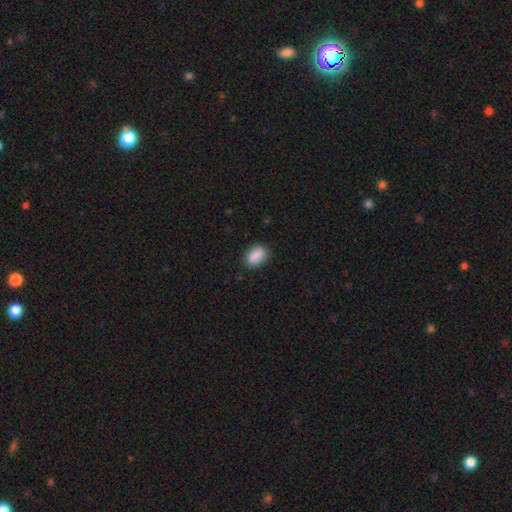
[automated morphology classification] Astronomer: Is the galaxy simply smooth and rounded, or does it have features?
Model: smooth — 88%.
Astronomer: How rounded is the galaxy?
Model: in between — 84%.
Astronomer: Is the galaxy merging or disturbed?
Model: none — 82%.